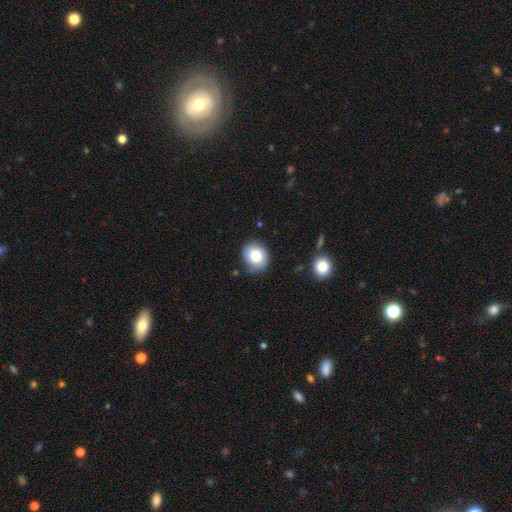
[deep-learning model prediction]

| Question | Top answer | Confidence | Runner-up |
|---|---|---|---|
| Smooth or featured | smooth | 80% | featured or disk (11%) |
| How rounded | round | 62% | in between (37%) |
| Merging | none | 76% | minor disturbance (18%) |